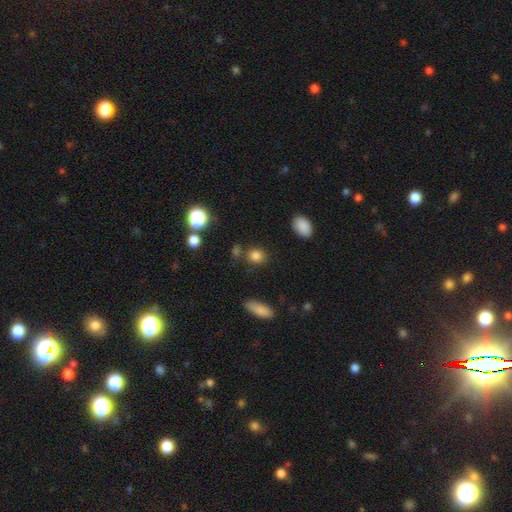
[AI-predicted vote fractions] Smooth or featured? Predicted: smooth (p=0.82). How rounded? Predicted: round (p=0.68). Merging? Predicted: none (p=0.75).